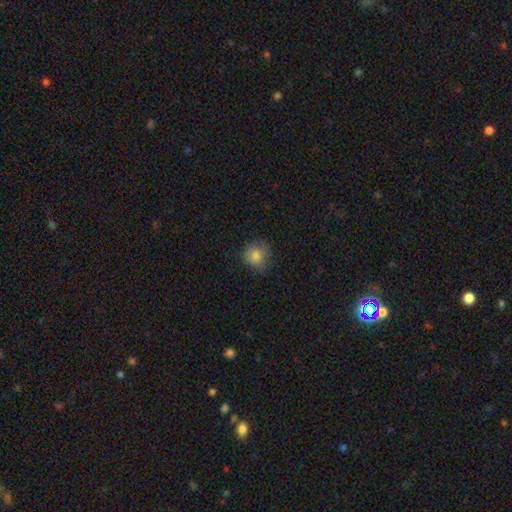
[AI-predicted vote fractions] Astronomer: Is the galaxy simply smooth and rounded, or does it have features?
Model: smooth — 80%.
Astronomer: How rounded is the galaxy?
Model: round — 83%.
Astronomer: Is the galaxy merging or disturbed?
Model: none — 72%.